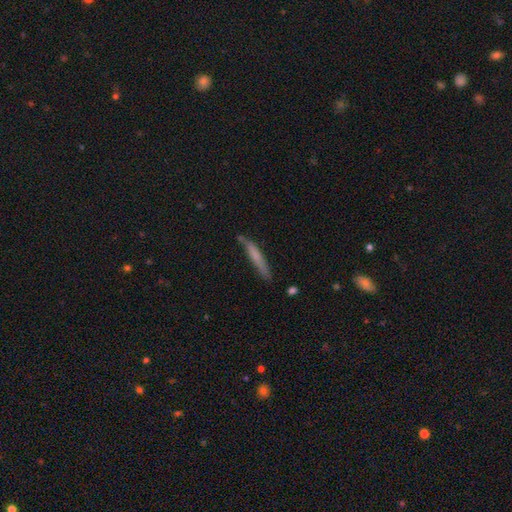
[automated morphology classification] Smooth or featured: smooth — 66% (featured or disk — 27%)
How rounded: cigar-shaped — 94% (in between — 5%)
Merging: none — 75% (minor disturbance — 17%)